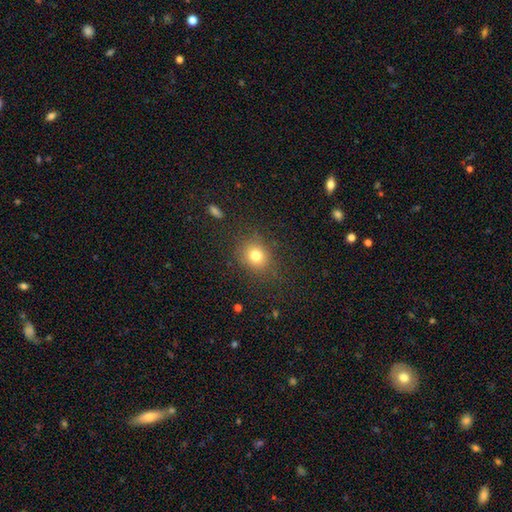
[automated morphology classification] Smooth or featured?
  - smooth: 78% *
  - star or artifact: 13%
  - featured or disk: 8%
How rounded?
  - round: 74% *
  - in between: 25%
  - cigar-shaped: 1%
Merging?
  - none: 83% *
  - minor disturbance: 11%
  - major disturbance: 5%
  - merger: 2%